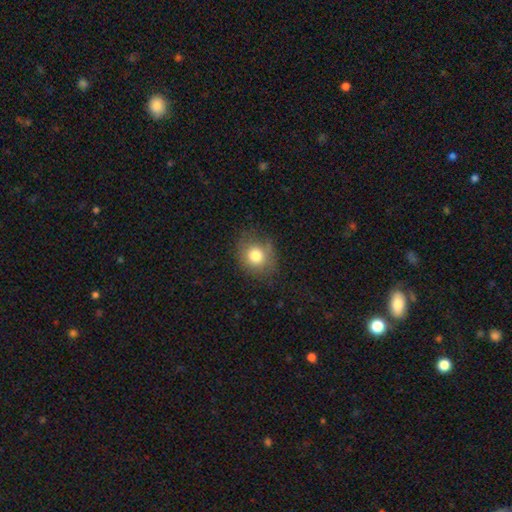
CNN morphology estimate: smooth-or-featured: smooth: 78% | featured or disk: 11% | star or artifact: 11%
  how-rounded: round: 66% | in between: 33% | cigar-shaped: 1%
  merging: none: 75% | minor disturbance: 18% | major disturbance: 6% | merger: 1%